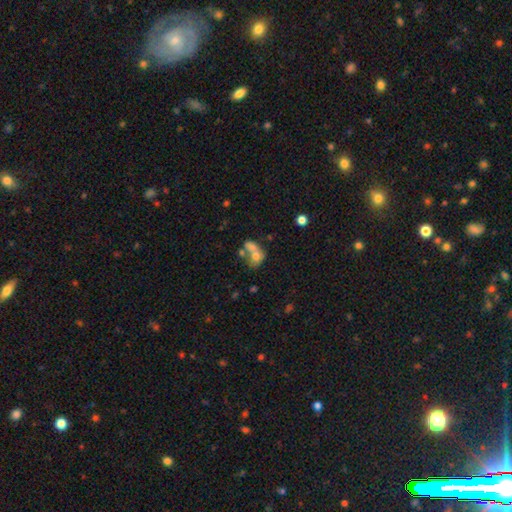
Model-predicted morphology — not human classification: This is likely a smooth galaxy (62%). How rounded: possibly in between (59%). Merging: likely merger (62%).